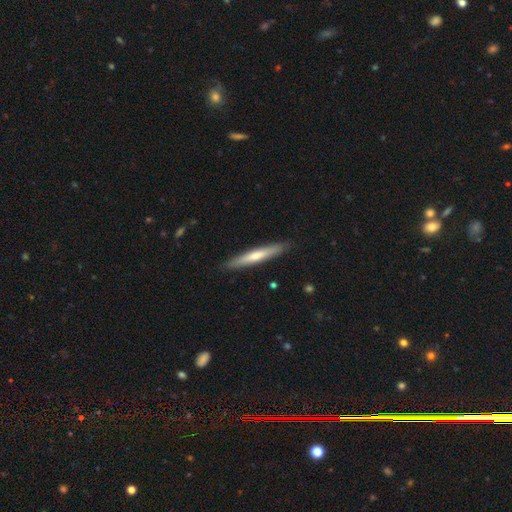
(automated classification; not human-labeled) This is possibly a smooth galaxy (55%). How rounded: clearly cigar-shaped (94%). Merging: clearly none (90%).